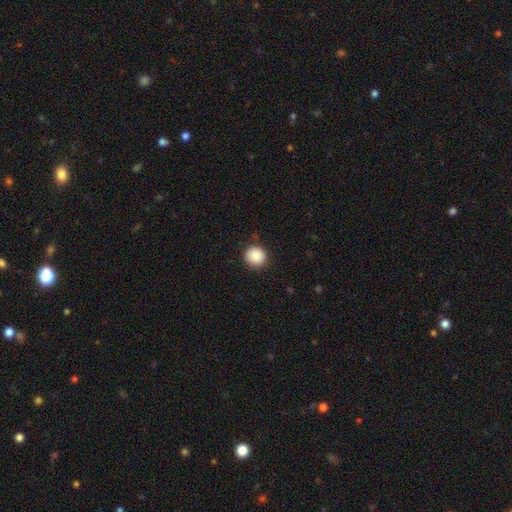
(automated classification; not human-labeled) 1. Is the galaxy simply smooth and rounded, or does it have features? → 87% smooth, 8% star or artifact, 5% featured or disk.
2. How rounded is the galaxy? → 92% round, 7% in between, 1% cigar-shaped.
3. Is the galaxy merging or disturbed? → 88% none, 9% minor disturbance, 2% major disturbance, 1% merger.